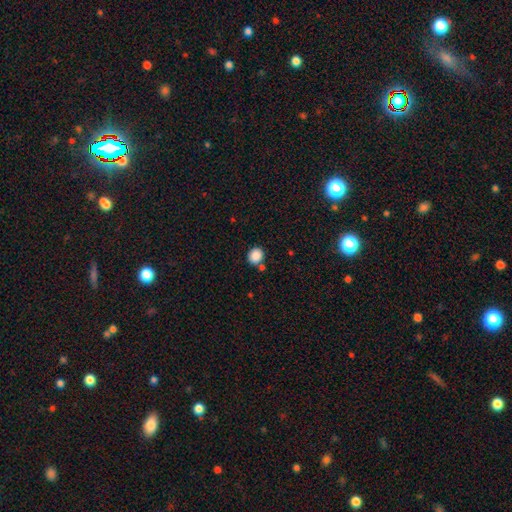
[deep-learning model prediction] A smooth galaxy with no disk features (87%) that is round (80%).

Vote fractions:
- Smooth or featured? smooth: 87% / star or artifact: 9% / featured or disk: 3%
- How rounded? round: 80% / in between: 19% / cigar-shaped: 1%
- Merging? none: 75% / minor disturbance: 11% / merger: 10% / major disturbance: 3%